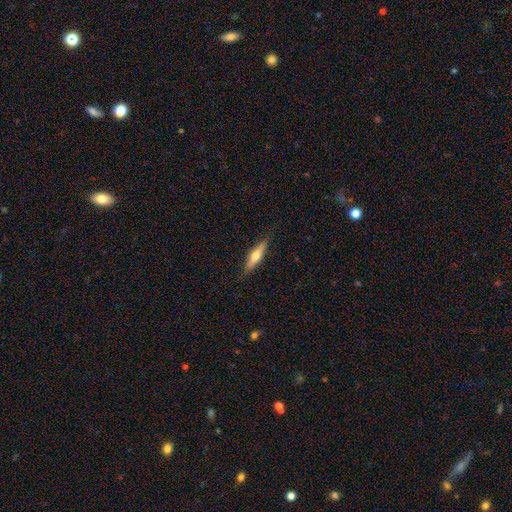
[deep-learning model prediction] Smooth or featured?
  - smooth: 51% *
  - featured or disk: 44%
  - star or artifact: 6%
How rounded?
  - cigar-shaped: 69% *
  - in between: 29%
  - round: 2%
Merging?
  - none: 86% *
  - minor disturbance: 11%
  - major disturbance: 2%
  - merger: 1%